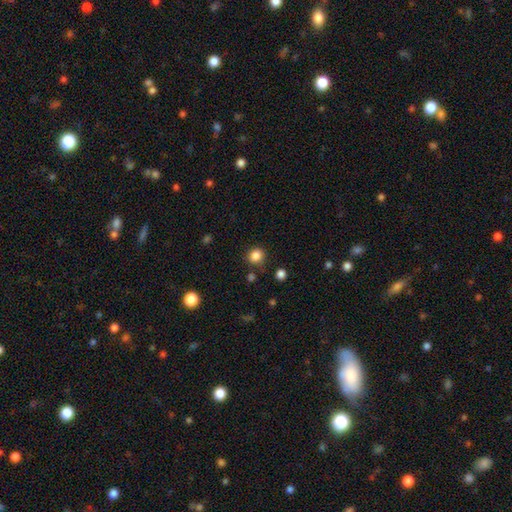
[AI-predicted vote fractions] Morphology: type=smooth (85%); roundness=round (86%); merging=none (83%).